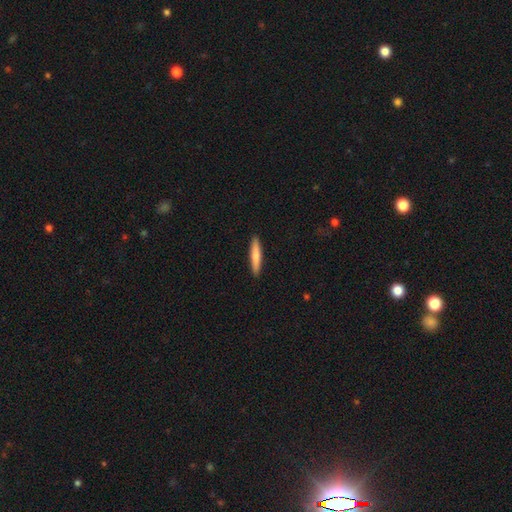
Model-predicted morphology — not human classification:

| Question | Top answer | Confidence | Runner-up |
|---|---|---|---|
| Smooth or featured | smooth | 74% | featured or disk (21%) |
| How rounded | cigar-shaped | 91% | in between (8%) |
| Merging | none | 91% | minor disturbance (6%) |